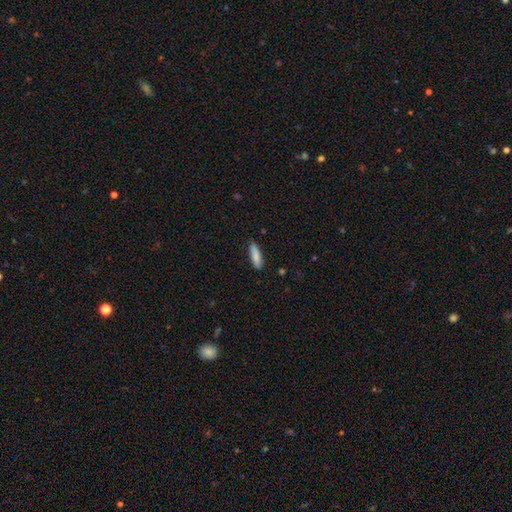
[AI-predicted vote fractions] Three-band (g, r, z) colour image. It shows a smooth galaxy with no disk features (86%) that is cigar-shaped (64%). Merging: none (88%).